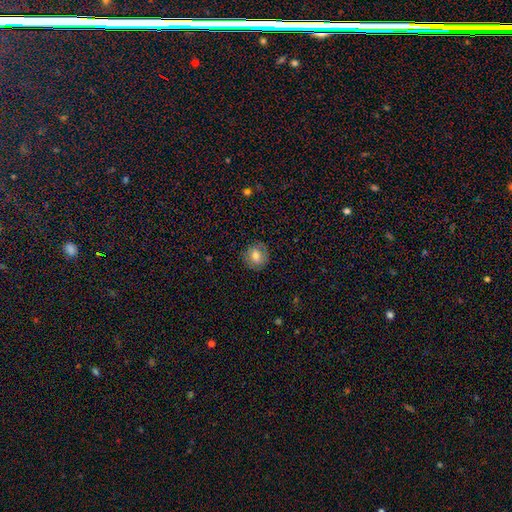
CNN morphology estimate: Smooth or featured?
  - smooth: 73% *
  - featured or disk: 17%
  - star or artifact: 9%
How rounded?
  - round: 88% *
  - in between: 11%
  - cigar-shaped: 1%
Merging?
  - none: 87% *
  - minor disturbance: 10%
  - major disturbance: 3%
  - merger: 1%